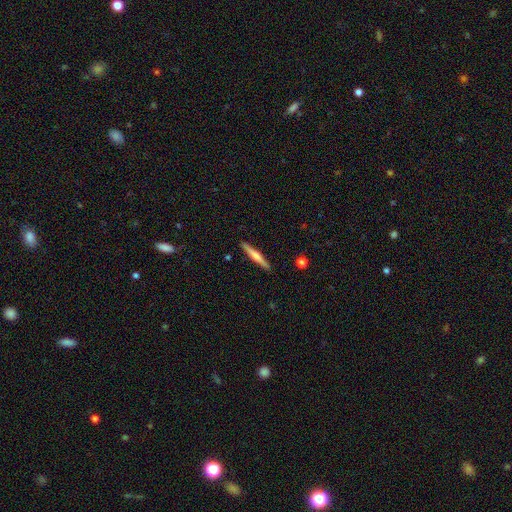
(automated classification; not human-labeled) smooth-or-featured: featured or disk: 49% | smooth: 46% | star or artifact: 6%
  merging: none: 90% | minor disturbance: 7% | major disturbance: 1% | merger: 1%